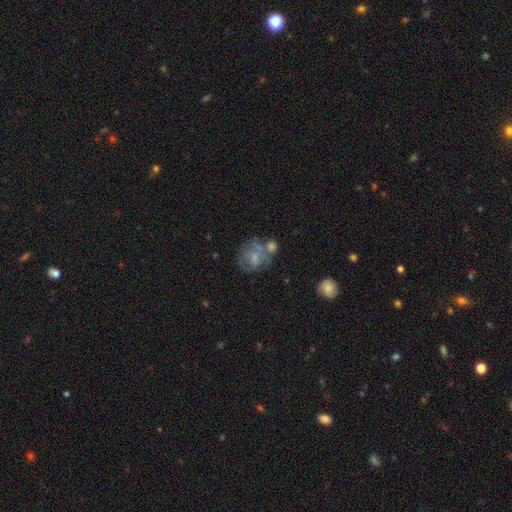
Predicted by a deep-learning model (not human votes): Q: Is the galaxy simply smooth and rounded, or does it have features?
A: featured or disk — 48%.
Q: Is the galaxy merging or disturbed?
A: none — 38%.